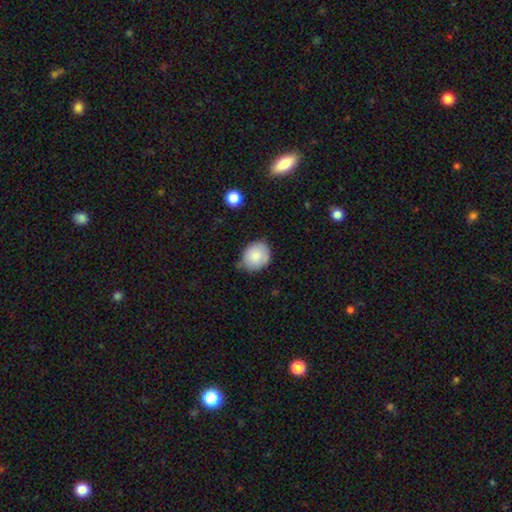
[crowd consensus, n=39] This appears to be a smooth galaxy with no disk features (82%) that is round (81%). Merging: none (76%).